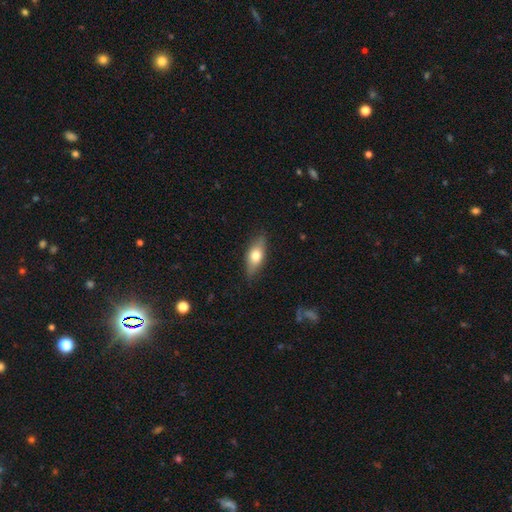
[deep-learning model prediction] The model was most divided on "smooth or featured": smooth: 66%, featured or disk: 28%, star or artifact: 6%. More confident: merging — none (84%); how rounded — in between (74%).